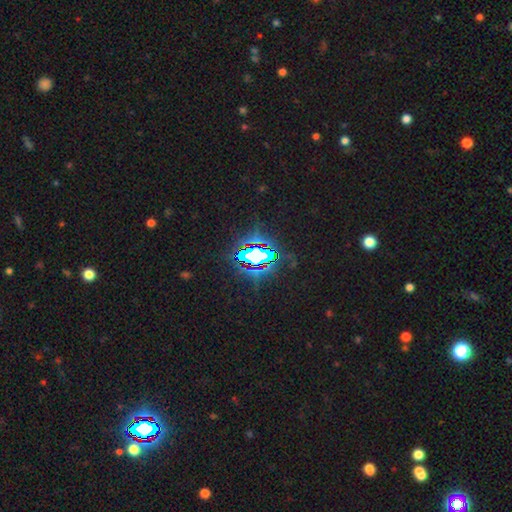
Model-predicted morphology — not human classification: A star or artifact, not a galaxy (77%).